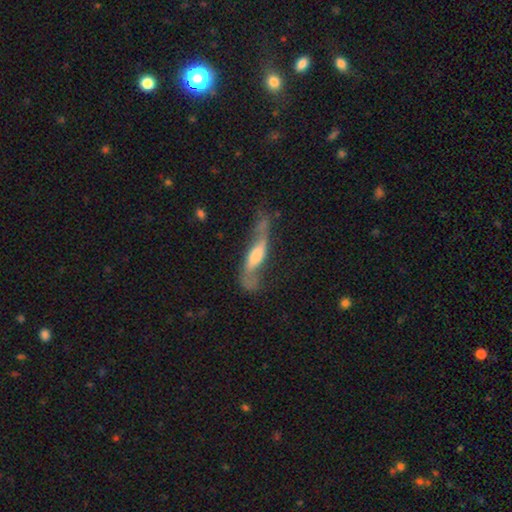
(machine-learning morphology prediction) featured or disk 64%, smooth 30%, star or artifact 7%. Down the decision tree: edge-on disk — no (53%); merging — none (46%).